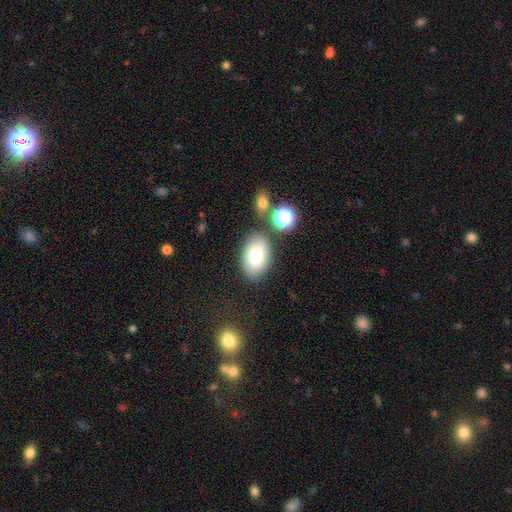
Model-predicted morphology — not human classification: Overall: smooth (69%). How rounded: in between (88%). Merging: none (74%).